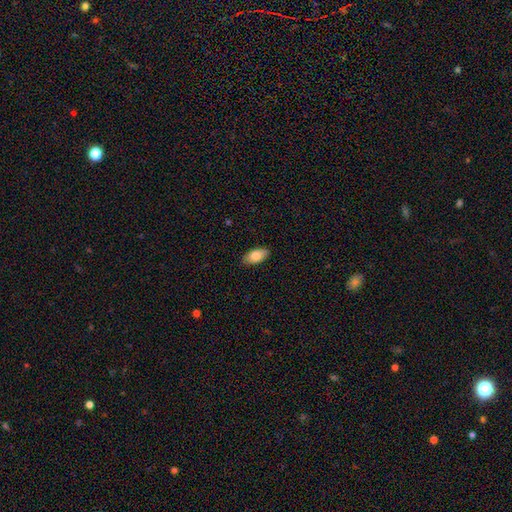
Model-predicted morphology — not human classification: Smooth or featured?
  - smooth: 82% *
  - featured or disk: 12%
  - star or artifact: 6%
How rounded?
  - in between: 93% *
  - cigar-shaped: 5%
  - round: 3%
Merging?
  - none: 88% *
  - minor disturbance: 9%
  - major disturbance: 2%
  - merger: 1%